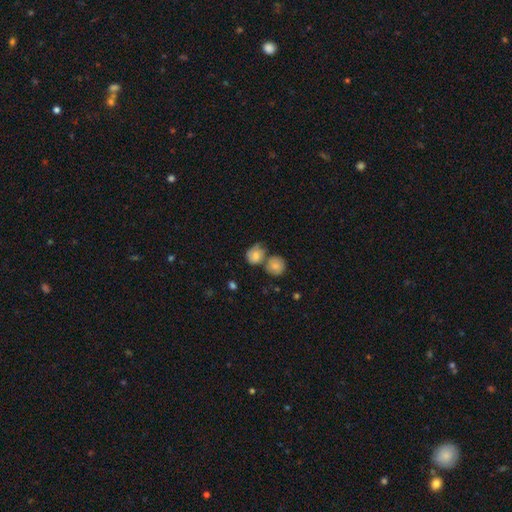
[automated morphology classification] Smooth or featured: smooth — 69% (featured or disk — 22%)
How rounded: round — 70% (in between — 29%)
Merging: merger — 41% (none — 37%)